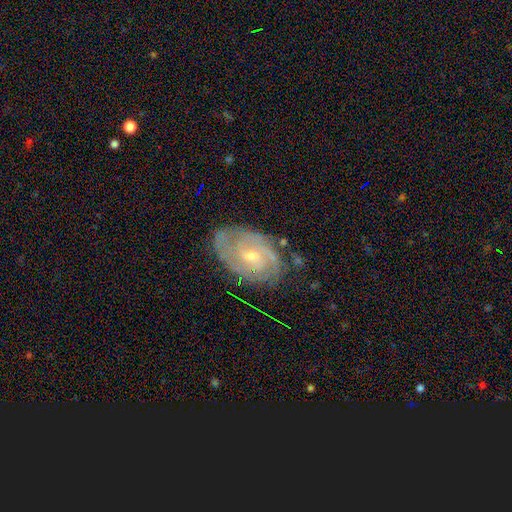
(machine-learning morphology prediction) A featured or disk galaxy (81%) with no bar (59%), 2 (40%) tight (70%) spiral arms (96%) and a small central bulge (53%). Merging: none (79%).